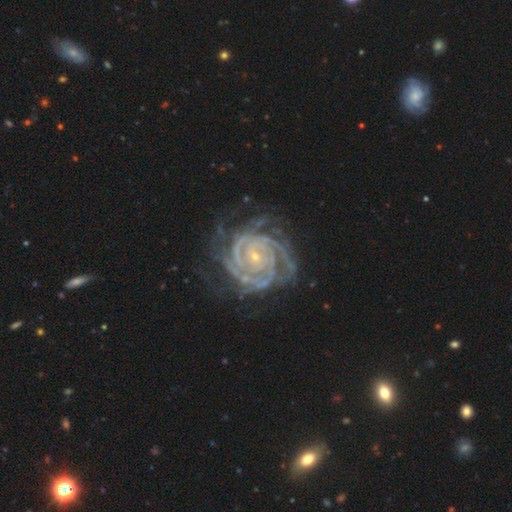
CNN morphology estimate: This is clearly a featured or disk galaxy (90%). It is clearly not viewed edge-on (98%). Bar: likely no (62%). Spiral arm pattern: clearly yes (98%). Spiral arm count: marginally 2 (30%). Spiral winding: clearly tight (81%). Central bulge: clearly small (82%). Merging: likely none (69%).